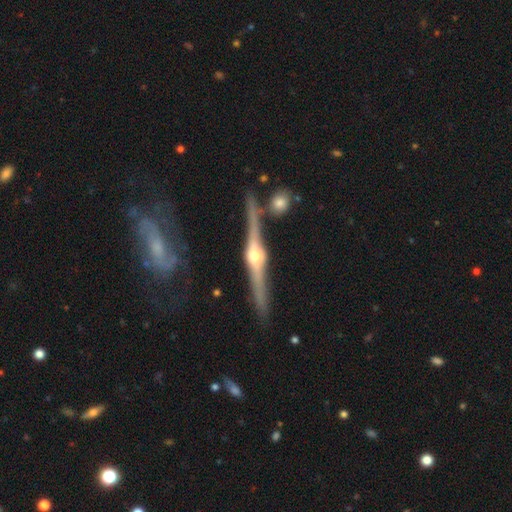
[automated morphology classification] smooth-or-featured: featured or disk: 88% | smooth: 7% | star or artifact: 5%
  disk-edge-on: yes: 98% | no: 2%
    edge-on-bulge: rounded: 94% | boxy: 4% | none: 2%
  merging: none: 83% | minor disturbance: 10% | merger: 5% | major disturbance: 3%